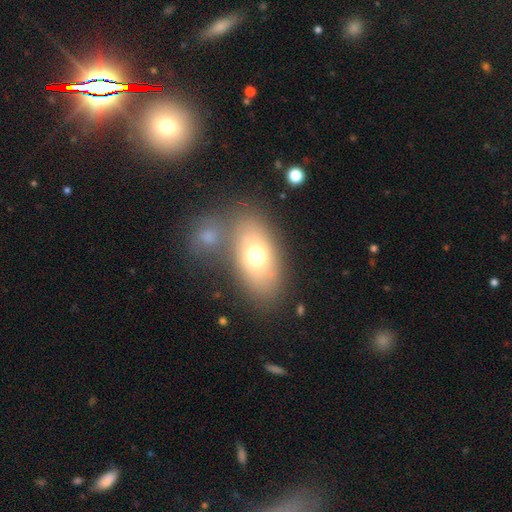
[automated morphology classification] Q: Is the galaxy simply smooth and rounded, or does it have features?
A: smooth — 69%.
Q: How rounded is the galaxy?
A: in between — 82%.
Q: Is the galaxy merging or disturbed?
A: none — 60%.